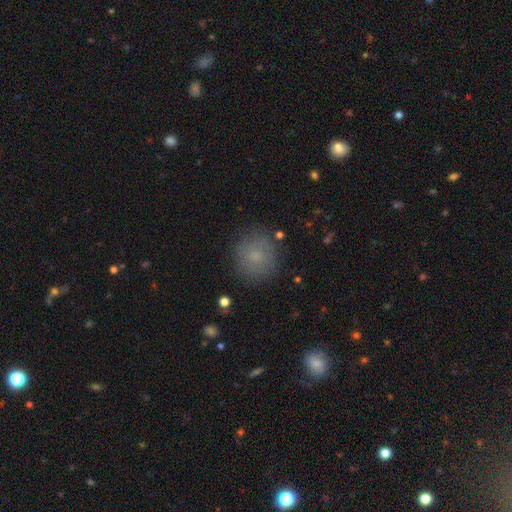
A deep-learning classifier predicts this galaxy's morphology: Smooth or featured: smooth — 74% (featured or disk — 14%)
How rounded: round — 90% (in between — 9%)
Merging: none — 83% (minor disturbance — 11%)